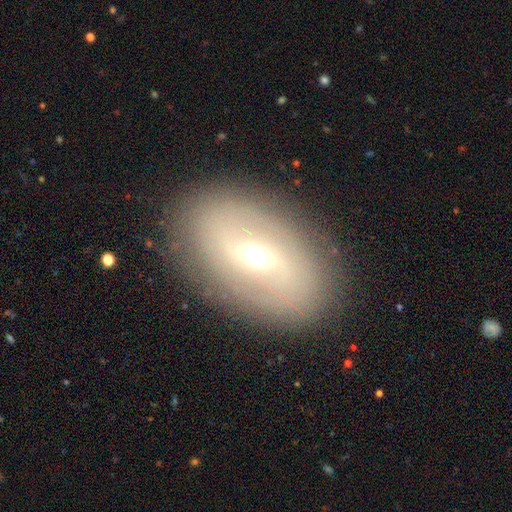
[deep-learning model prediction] Morphology: type=featured or disk (60%); edge-on=no (88%); bar=weak (44%); spiral arms=no (57%); bulge=moderate (64%); merging=none (83%).